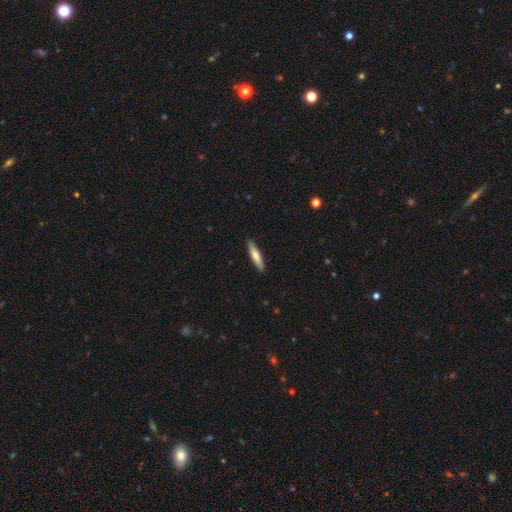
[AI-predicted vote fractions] Smooth or featured: smooth — 72% (featured or disk — 23%)
How rounded: cigar-shaped — 87% (in between — 12%)
Merging: none — 90% (minor disturbance — 7%)